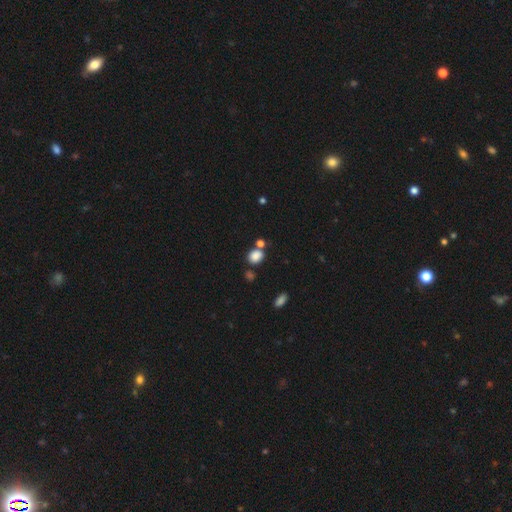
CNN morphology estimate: Smooth or featured? smooth (84%)
How rounded? round (52%)
Merging? none (64%)